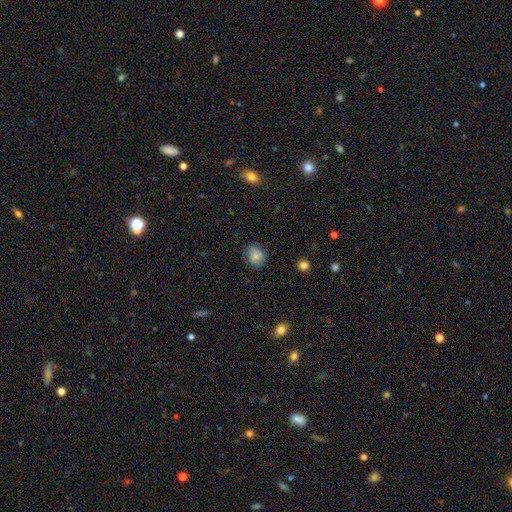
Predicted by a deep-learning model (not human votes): A smooth galaxy with no disk features (73%) that is round (71%). Merging: none (74%).